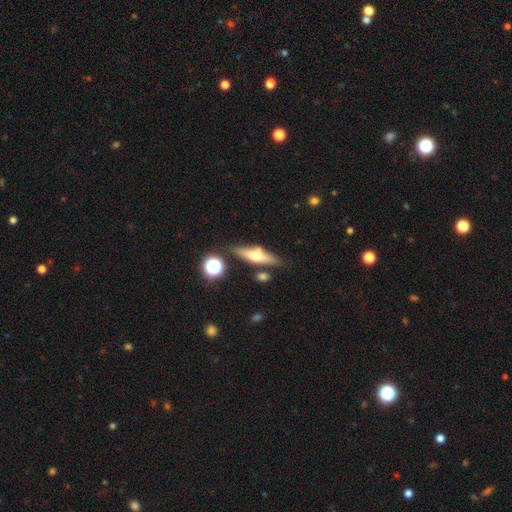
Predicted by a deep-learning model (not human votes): Smooth or featured?
  - featured or disk: 53% *
  - smooth: 38%
  - star or artifact: 9%
Edge-on disk?
  - yes: 90% *
  - no: 10%
Merging?
  - none: 78% *
  - minor disturbance: 12%
  - merger: 7%
  - major disturbance: 3%